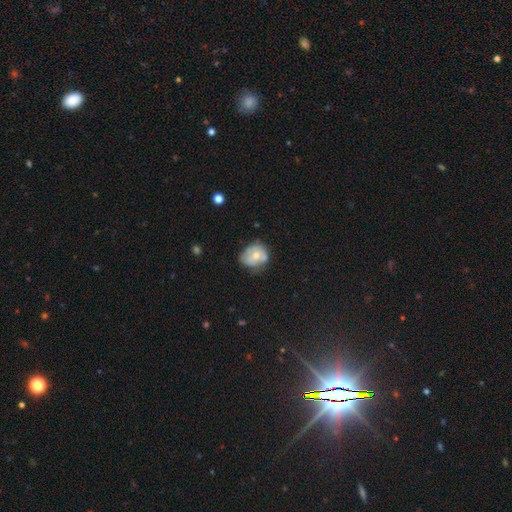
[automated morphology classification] Smooth or featured? smooth (53%)
How rounded? round (62%)
Merging? none (46%)